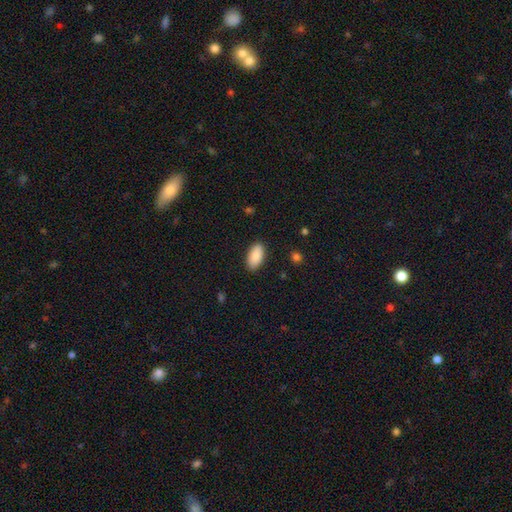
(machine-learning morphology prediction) smooth-or-featured: smooth: 89% | star or artifact: 6% | featured or disk: 4%
  how-rounded: in between: 94% | cigar-shaped: 4% | round: 2%
  merging: none: 89% | minor disturbance: 8% | major disturbance: 2% | merger: 1%